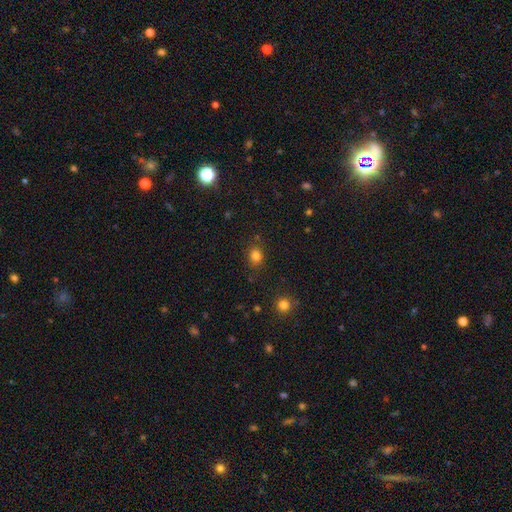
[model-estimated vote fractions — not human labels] A smooth galaxy with no disk features (81%) that is round (63%).

Vote fractions:
- Smooth or featured? smooth: 81% / star or artifact: 14% / featured or disk: 5%
- How rounded? round: 63% / in between: 36% / cigar-shaped: 1%
- Merging? none: 82% / minor disturbance: 12% / major disturbance: 3% / merger: 3%